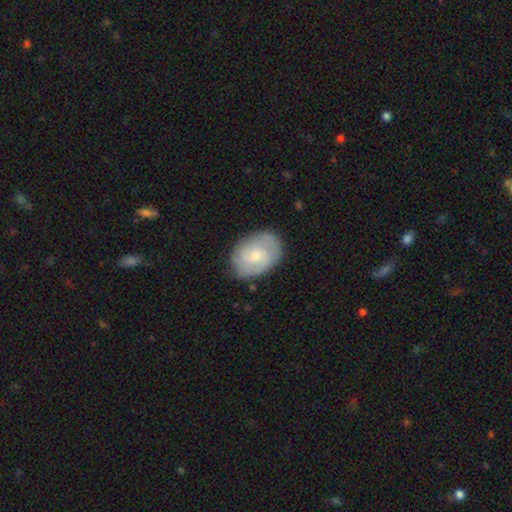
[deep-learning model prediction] Overall: featured or disk (71%). Edge-on disk: no (97%). Bar: no (60%; weak 35%). Spiral arms: yes (92%). Spiral arm count: 2 (50%; can't tell 23%). Spiral winding: tight (55%; medium 36%). Bulge size: small (50%; moderate 44%). Merging: none (80%).